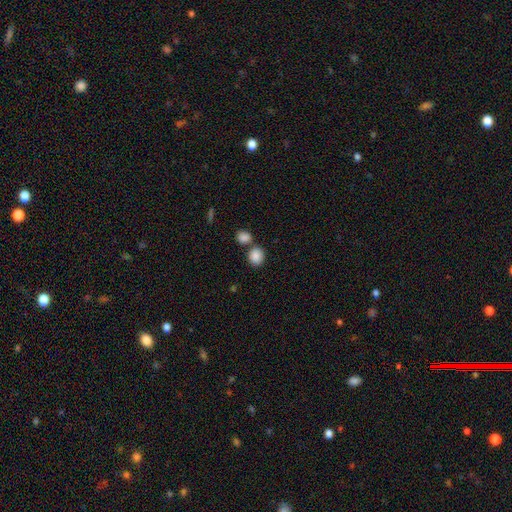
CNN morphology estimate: Overall: smooth (87%). How rounded: round (67%; in between 32%). Merging: none (62%; merger 26%).